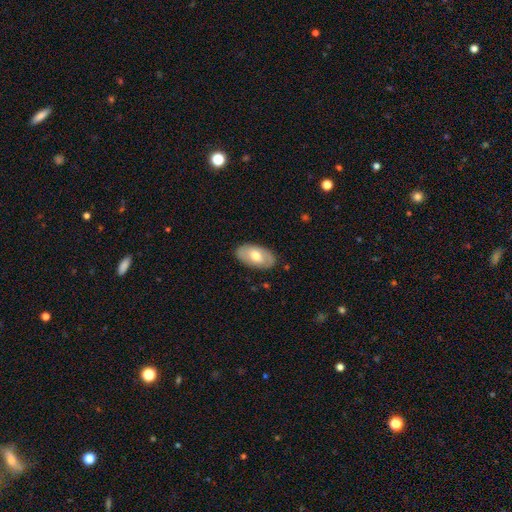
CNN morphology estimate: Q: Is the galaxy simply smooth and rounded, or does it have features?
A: smooth — 54%.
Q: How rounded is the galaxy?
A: in between — 94%.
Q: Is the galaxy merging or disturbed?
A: none — 84%.